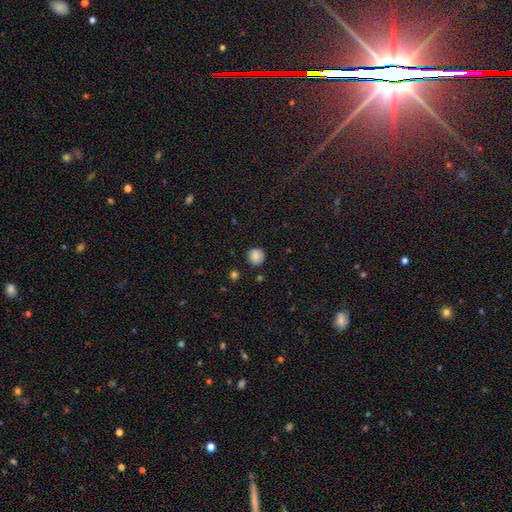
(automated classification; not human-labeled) Overall: smooth (86%). How rounded: round (93%). Merging: none (87%).